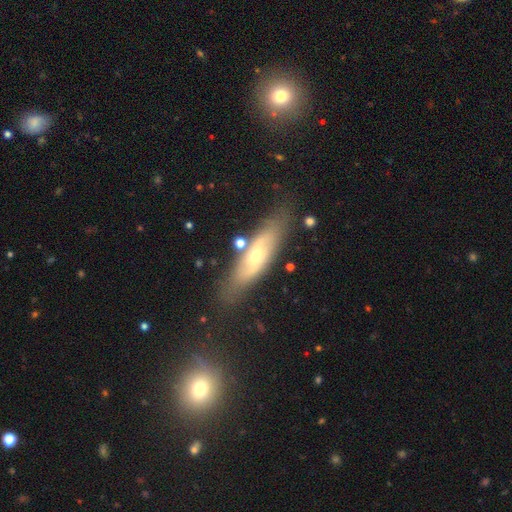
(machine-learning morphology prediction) This appears to be a featured or disk galaxy (57%). Merging: none (74%).